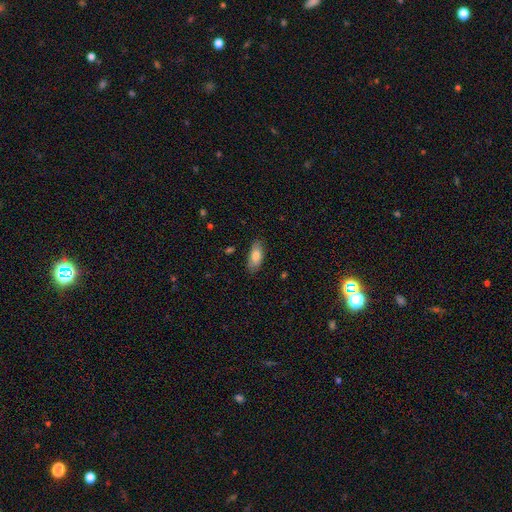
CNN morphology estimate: Smooth or featured? smooth (81%)
How rounded? in between (86%)
Merging? none (84%)